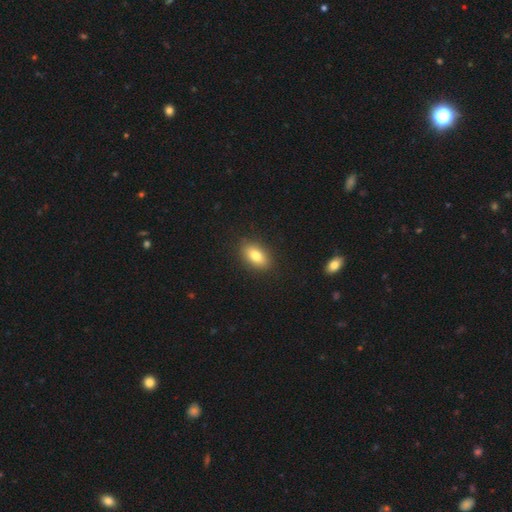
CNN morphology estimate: smooth 80%, featured or disk 12%, star or artifact 8%. Down the decision tree: how rounded — in between (88%); merging — none (88%).